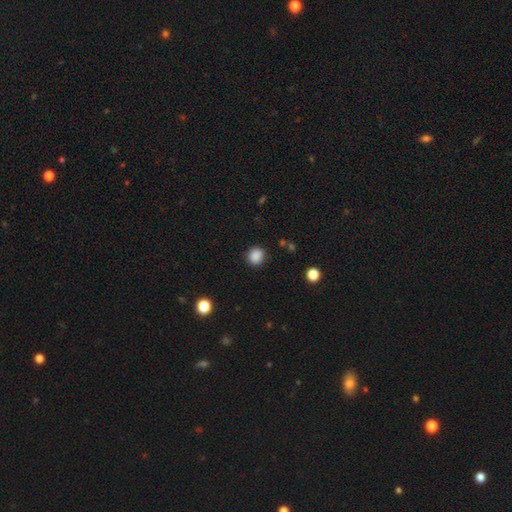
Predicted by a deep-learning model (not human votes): smooth_or_featured: smooth (p=0.87) [alt: star or artifact p=0.10]
how_rounded: round (p=0.82) [alt: in between p=0.17]
merging: none (p=0.87) [alt: minor disturbance p=0.09]